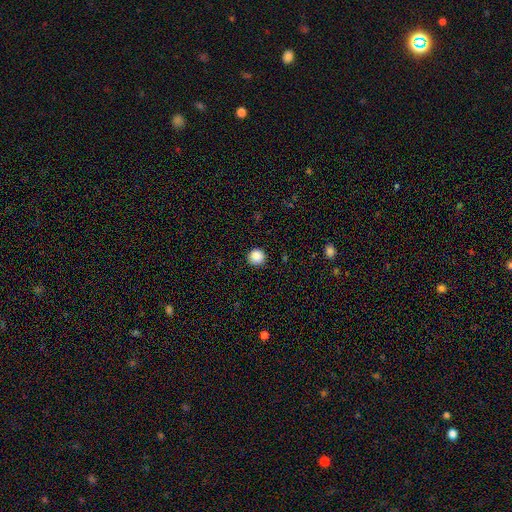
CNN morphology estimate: smooth 87%, star or artifact 10%, featured or disk 3%. Down the decision tree: how rounded — round (96%); merging — none (92%).